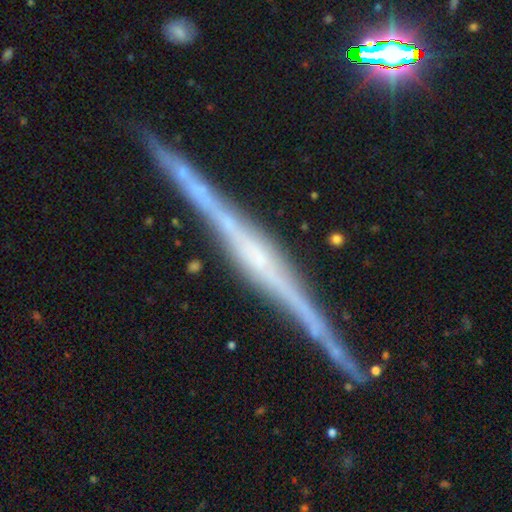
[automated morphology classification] Smooth or featured: featured or disk — 84% (smooth — 8%)
Edge-on disk: yes — 98% (no — 2%)
Edge-on bulge: none — 39% (rounded — 38%)
Merging: none — 89% (minor disturbance — 7%)